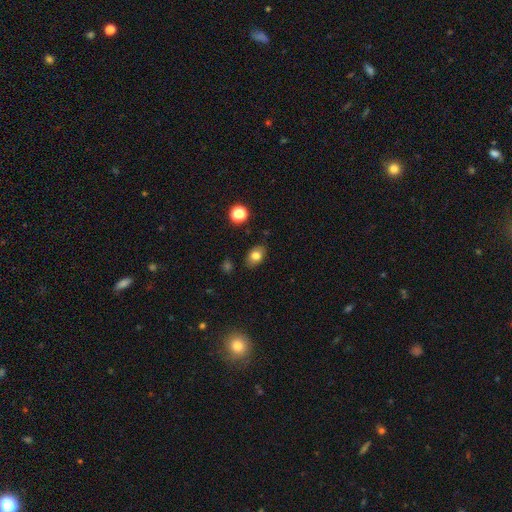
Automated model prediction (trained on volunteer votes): Morphology: type=smooth (77%); roundness=in between (78%); merging=none (83%).